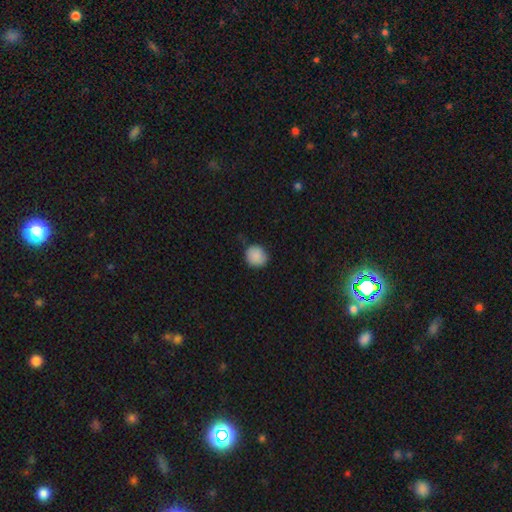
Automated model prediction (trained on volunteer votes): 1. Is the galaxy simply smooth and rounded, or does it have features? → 88% smooth, 8% star or artifact, 4% featured or disk.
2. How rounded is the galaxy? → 83% round, 16% in between, 1% cigar-shaped.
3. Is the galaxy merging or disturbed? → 73% none, 22% minor disturbance, 4% major disturbance, 2% merger.